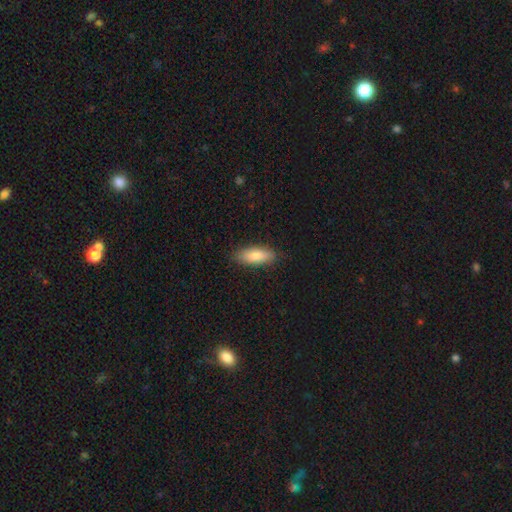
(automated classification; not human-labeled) A smooth galaxy with no disk features (82%) that is in between round and cigar-shaped (65%).

Vote fractions:
- Smooth or featured? smooth: 82% / featured or disk: 12% / star or artifact: 6%
- How rounded? in between: 65% / cigar-shaped: 33% / round: 2%
- Merging? none: 87% / minor disturbance: 10% / major disturbance: 2% / merger: 1%